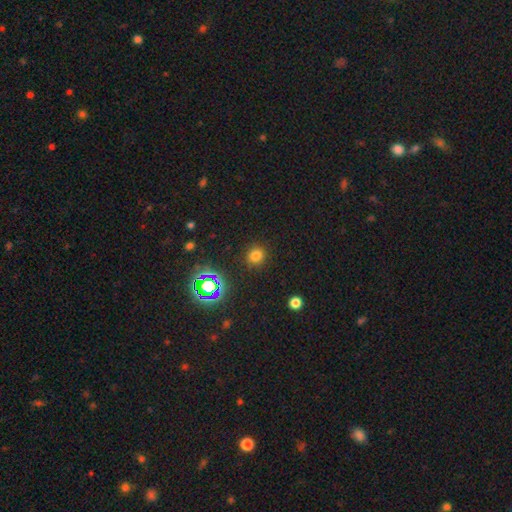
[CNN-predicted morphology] smooth-or-featured: smooth: 72% | star or artifact: 22% | featured or disk: 6%
  how-rounded: round: 86% | in between: 13% | cigar-shaped: 1%
  merging: none: 88% | minor disturbance: 7% | major disturbance: 3% | merger: 2%